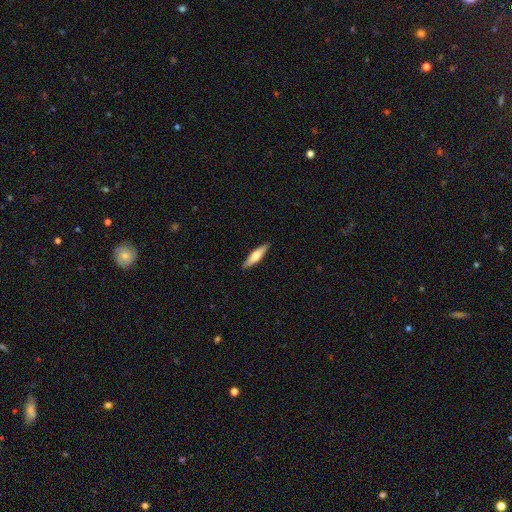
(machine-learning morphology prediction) type=smooth (58%); roundness=cigar-shaped (74%); merging=none (90%).